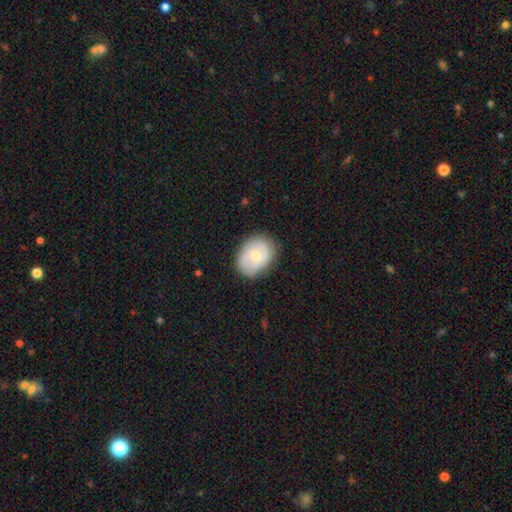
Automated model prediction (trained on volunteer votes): This appears to be a featured or disk galaxy (50%). Merging: none (77%).